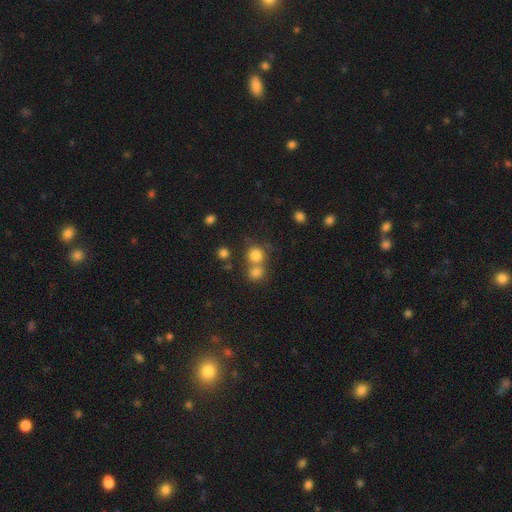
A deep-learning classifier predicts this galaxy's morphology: Q: Smooth or featured?
A: smooth (79%); runner-up: star or artifact (13%)
Q: How rounded?
A: round (88%); runner-up: in between (11%)
Q: Merging?
A: none (48%); runner-up: merger (42%)